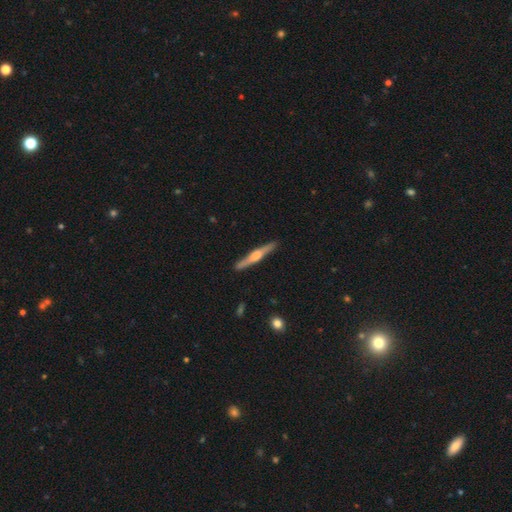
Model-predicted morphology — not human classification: This appears to be a featured or disk galaxy (67%) viewed edge-on (98%) with a rounded central bulge (82%). Merging: none (90%).